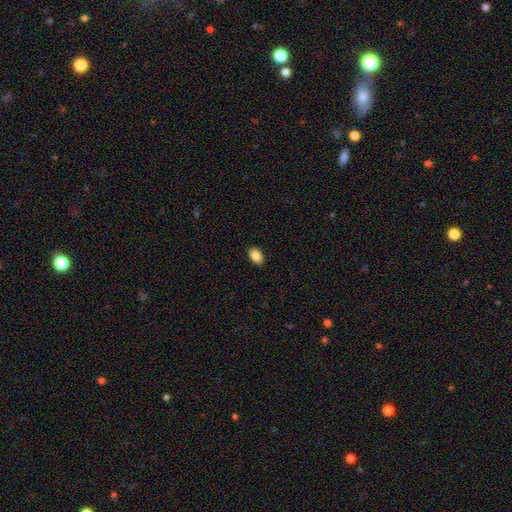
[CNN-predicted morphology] Q: Smooth or featured?
A: smooth (86%); runner-up: star or artifact (8%)
Q: How rounded?
A: in between (89%); runner-up: round (10%)
Q: Merging?
A: none (90%); runner-up: minor disturbance (8%)